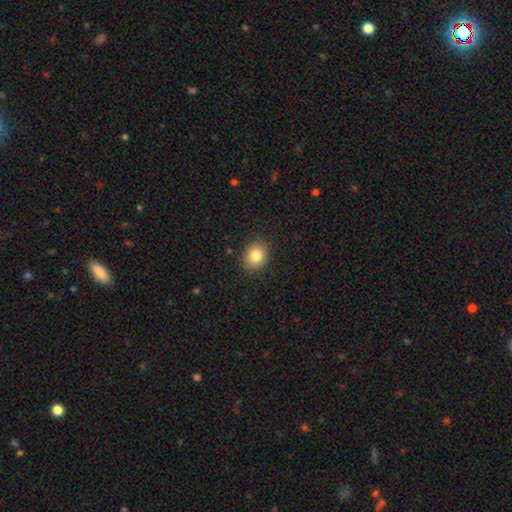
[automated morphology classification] smooth-or-featured: smooth: 84% | star or artifact: 9% | featured or disk: 7%
  how-rounded: round: 59% | in between: 40% | cigar-shaped: 1%
  merging: none: 88% | minor disturbance: 8% | major disturbance: 2% | merger: 1%